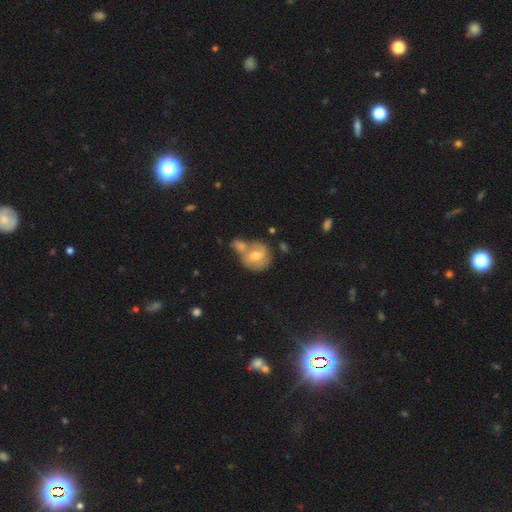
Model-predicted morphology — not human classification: Smooth or featured?
  - smooth: 52% *
  - featured or disk: 40%
  - star or artifact: 8%
How rounded?
  - round: 78% *
  - in between: 21%
  - cigar-shaped: 1%
Merging?
  - merger: 50% *
  - none: 32%
  - minor disturbance: 12%
  - major disturbance: 6%